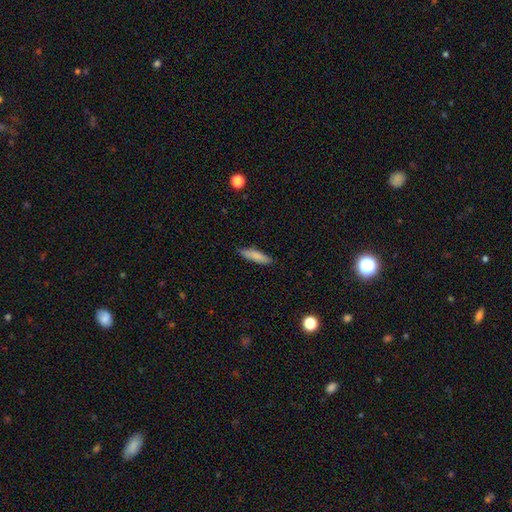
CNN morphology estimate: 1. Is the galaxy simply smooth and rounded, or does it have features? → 84% smooth, 10% featured or disk, 6% star or artifact.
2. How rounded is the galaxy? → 71% cigar-shaped, 28% in between, 1% round.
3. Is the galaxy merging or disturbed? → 85% none, 12% minor disturbance, 2% major disturbance, 1% merger.